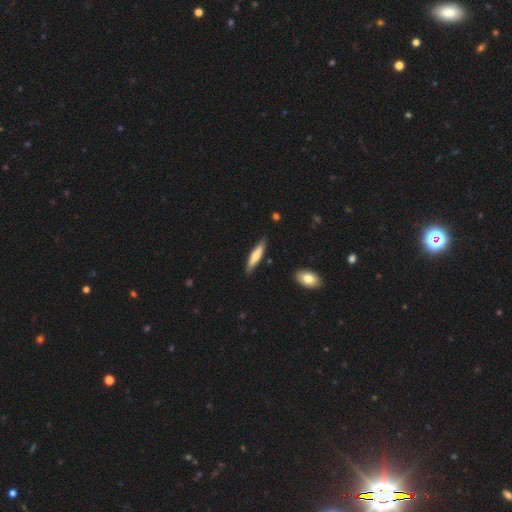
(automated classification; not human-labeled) smooth_or_featured: smooth (p=0.65) [alt: featured or disk p=0.30]
how_rounded: cigar-shaped (p=0.82) [alt: in between p=0.16]
merging: none (p=0.84) [alt: minor disturbance p=0.12]